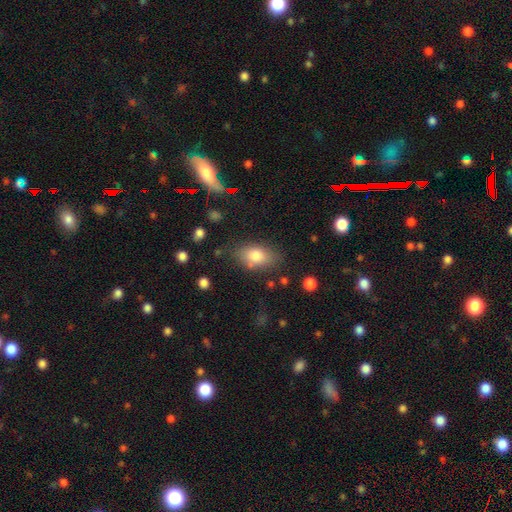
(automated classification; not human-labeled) smooth 78%, featured or disk 14%, star or artifact 8%. Down the decision tree: how rounded — in between (87%); merging — none (75%).